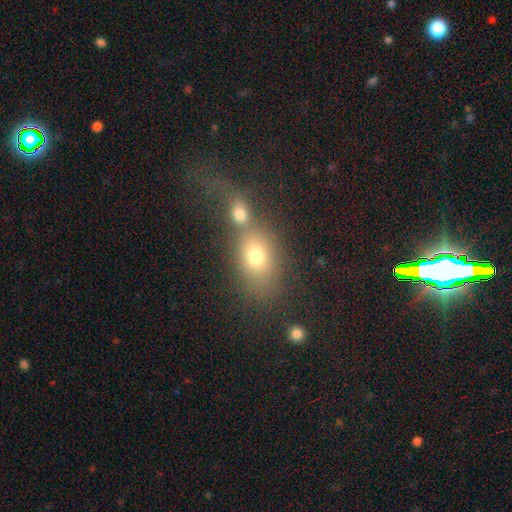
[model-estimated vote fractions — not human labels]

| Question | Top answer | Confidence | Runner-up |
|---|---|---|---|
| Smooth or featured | smooth | 69% | featured or disk (18%) |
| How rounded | in between | 65% | round (33%) |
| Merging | merger | 56% | none (27%) |